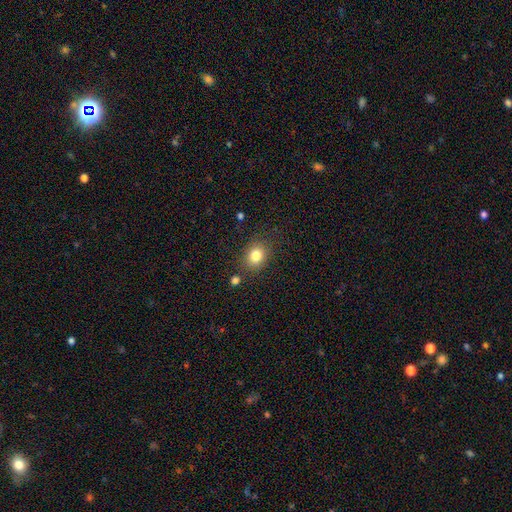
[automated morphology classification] This appears to be a smooth galaxy with no disk features (81%) that is round (55%). Merging: none (81%).